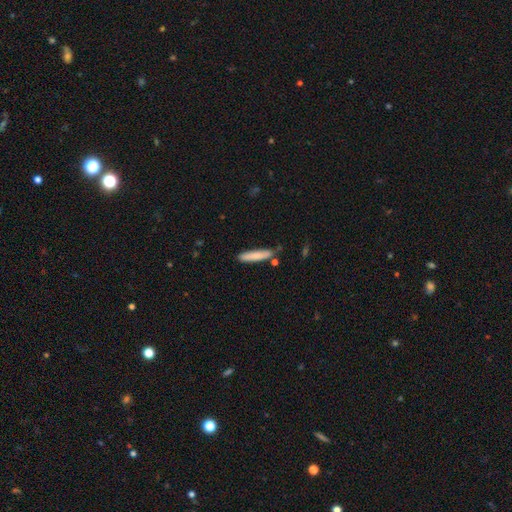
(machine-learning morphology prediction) Smooth or featured? Predicted: smooth (p=0.80). How rounded? Predicted: cigar-shaped (p=0.88). Merging? Predicted: none (p=0.75).